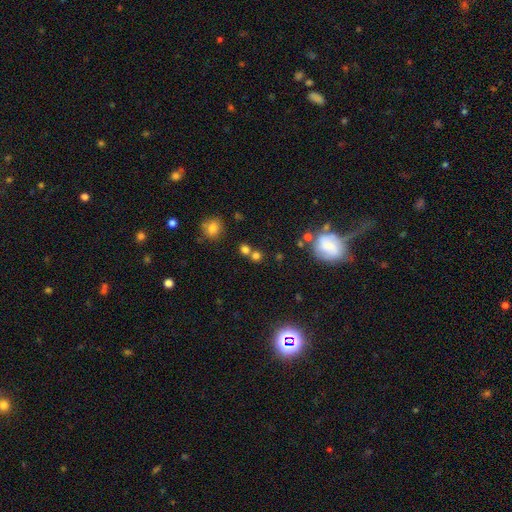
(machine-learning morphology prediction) This appears to be a smooth galaxy with no disk features (70%) that is round (85%). Merging: none (59%).